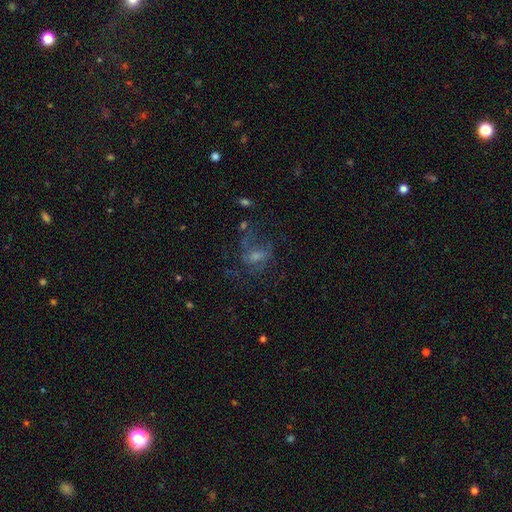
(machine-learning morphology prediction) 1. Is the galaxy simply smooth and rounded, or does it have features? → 47% featured or disk, 29% smooth, 24% star or artifact.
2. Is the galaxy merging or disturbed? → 46% none, 32% major disturbance, 18% minor disturbance, 4% merger.